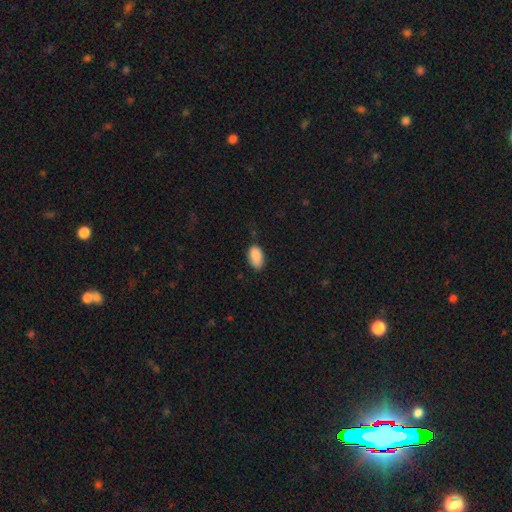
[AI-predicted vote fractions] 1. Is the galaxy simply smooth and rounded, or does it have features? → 89% smooth, 7% star or artifact, 3% featured or disk.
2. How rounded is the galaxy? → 93% in between, 5% round, 2% cigar-shaped.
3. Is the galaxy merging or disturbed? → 74% none, 21% minor disturbance, 4% major disturbance, 1% merger.